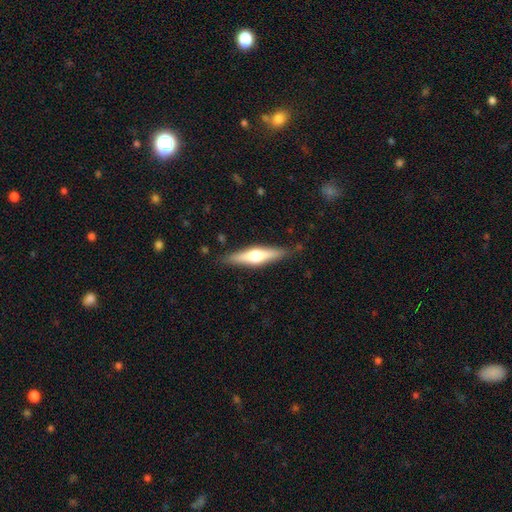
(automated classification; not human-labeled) smooth_or_featured: featured or disk (p=0.56) [alt: smooth p=0.39]
disk_edge_on: yes (p=0.95) [alt: no p=0.05]
edge_on_bulge: rounded (p=0.92) [alt: boxy p=0.05]
merging: none (p=0.85) [alt: minor disturbance p=0.11]